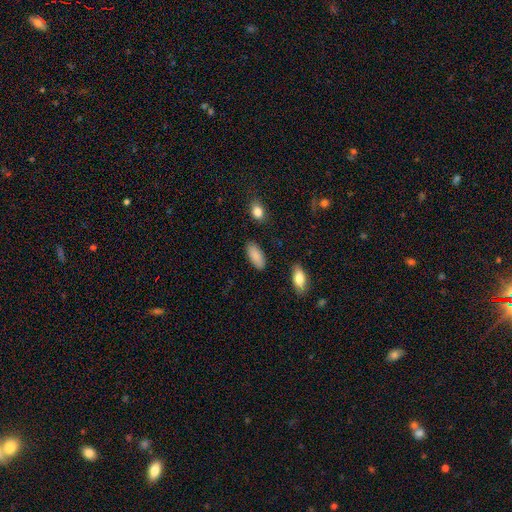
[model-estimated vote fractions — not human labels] Smooth or featured? smooth (89%)
How rounded? in between (88%)
Merging? none (86%)